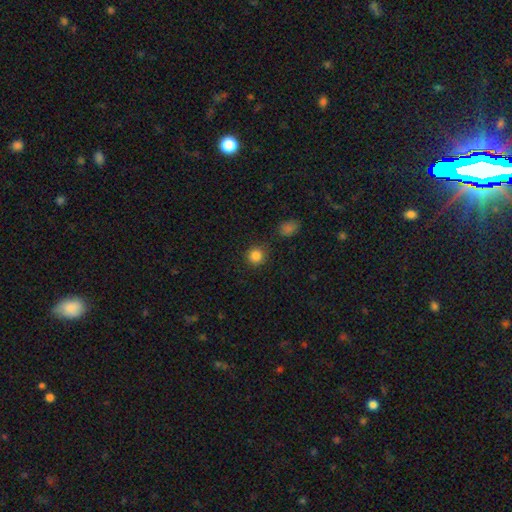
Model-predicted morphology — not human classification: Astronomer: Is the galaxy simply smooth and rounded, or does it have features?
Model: smooth — 85%.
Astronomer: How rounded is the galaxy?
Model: round — 93%.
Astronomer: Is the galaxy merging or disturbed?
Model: none — 86%.